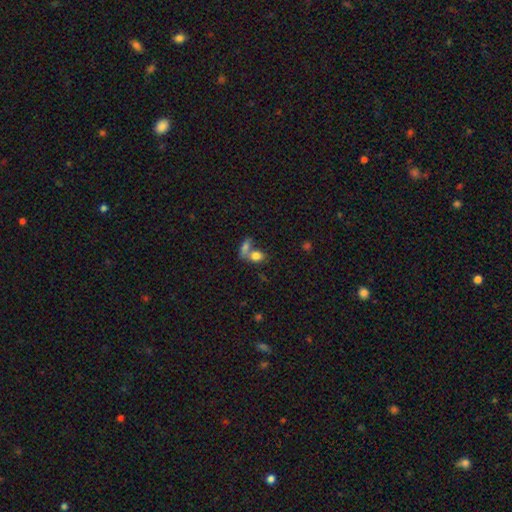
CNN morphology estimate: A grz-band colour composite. It shows a smooth galaxy with no disk features (79%) that is in between round and cigar-shaped (74%). Merging: merger (56%).